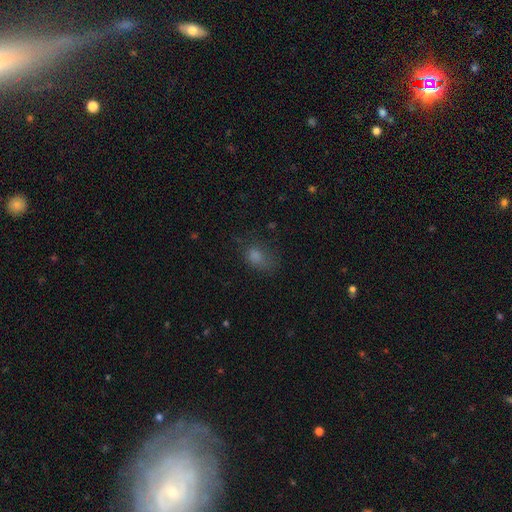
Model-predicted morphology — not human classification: Q: Smooth or featured?
A: smooth (70%); runner-up: star or artifact (19%)
Q: How rounded?
A: in between (68%); runner-up: round (30%)
Q: Merging?
A: none (57%); runner-up: minor disturbance (24%)